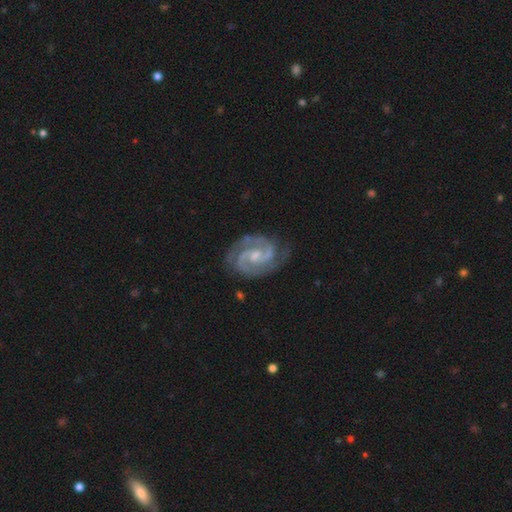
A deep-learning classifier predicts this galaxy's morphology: smooth_or_featured: featured or disk (p=0.93) [alt: star or artifact p=0.04]
disk_edge_on: no (p=0.98) [alt: yes p=0.02]
bar: weak (p=0.47) [alt: no p=0.39]
has_spiral_arms: yes (p=0.99) [alt: no p=0.01]
spiral_winding: medium (p=0.47) [tied with: tight p=0.47]
spiral_arm_count: 2 (p=0.88) [alt: 3 p=0.06]
bulge_size: small (p=0.57) [alt: moderate p=0.36]
merging: none (p=0.78) [alt: minor disturbance p=0.16]